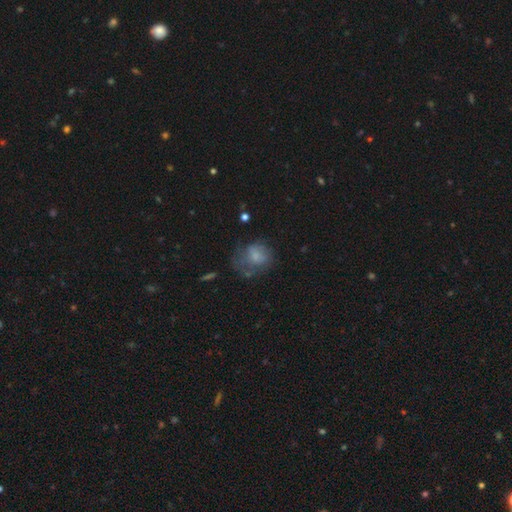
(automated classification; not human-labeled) Smooth or featured? smooth (61%)
How rounded? round (57%)
Merging? none (36%)